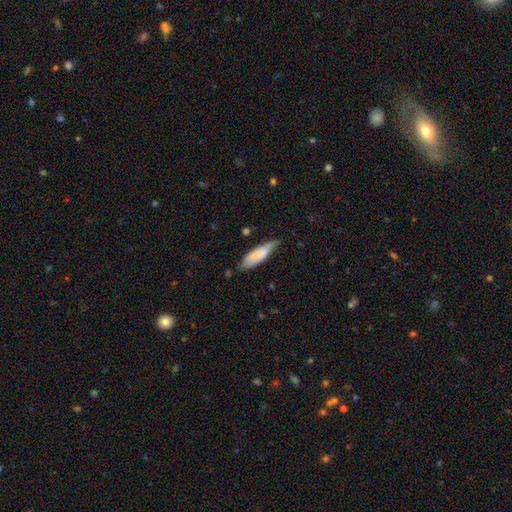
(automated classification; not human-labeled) Smooth or featured? smooth (76%)
How rounded? cigar-shaped (57%)
Merging? none (66%)